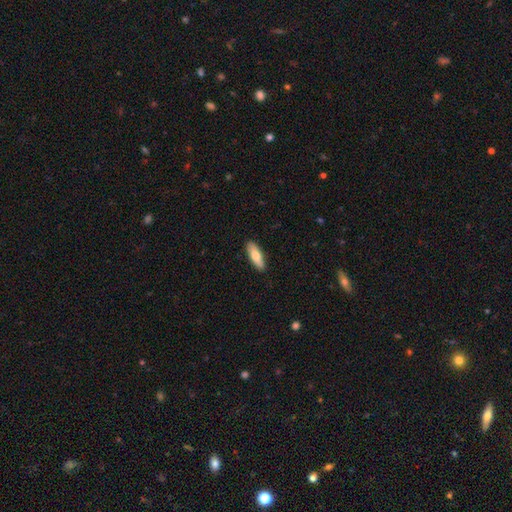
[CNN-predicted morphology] smooth_or_featured: smooth (p=0.71) [alt: featured or disk p=0.24]
how_rounded: in between (p=0.56) [alt: cigar-shaped p=0.42]
merging: none (p=0.89) [alt: minor disturbance p=0.08]